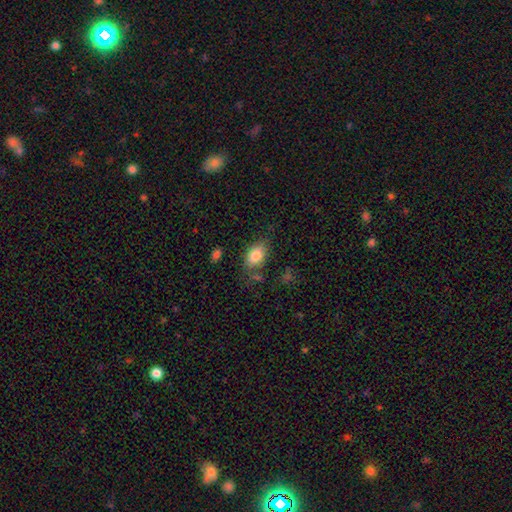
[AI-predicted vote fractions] Smooth or featured: smooth — 82% (featured or disk — 10%)
How rounded: in between — 86% (round — 12%)
Merging: none — 71% (minor disturbance — 18%)